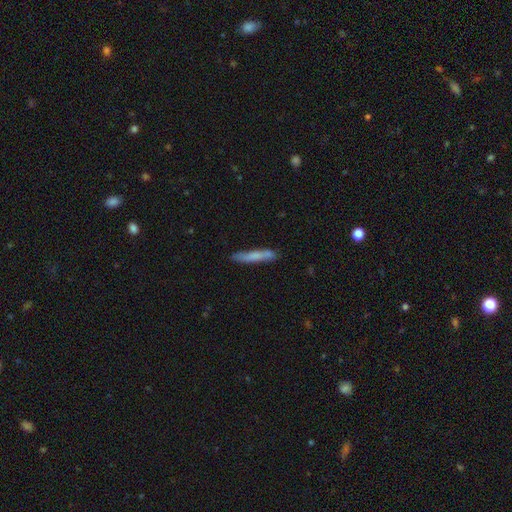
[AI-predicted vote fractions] Smooth or featured? Predicted: smooth (p=0.68). How rounded? Predicted: cigar-shaped (p=0.93). Merging? Predicted: none (p=0.77).